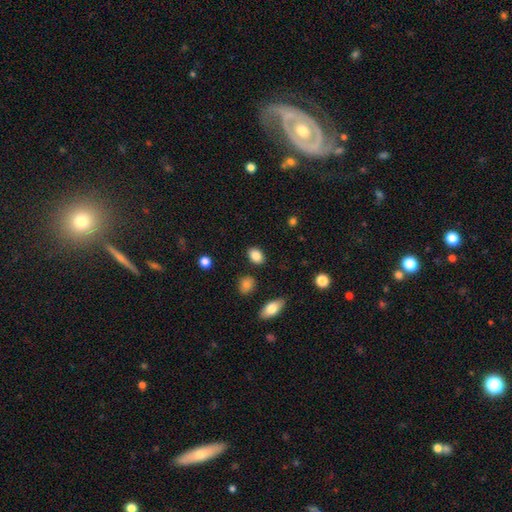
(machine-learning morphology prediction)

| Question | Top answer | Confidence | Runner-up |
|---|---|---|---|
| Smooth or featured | smooth | 87% | star or artifact (8%) |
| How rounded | in between | 79% | round (20%) |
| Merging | none | 87% | minor disturbance (9%) |